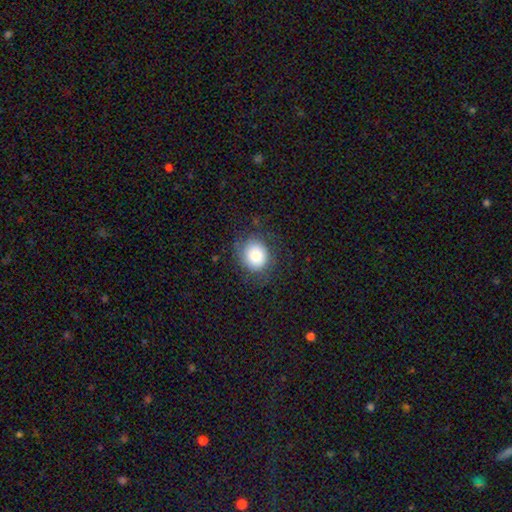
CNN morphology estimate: smooth-or-featured: smooth: 79% | featured or disk: 12% | star or artifact: 9%
  how-rounded: round: 71% | in between: 29% | cigar-shaped: 1%
  merging: none: 74% | minor disturbance: 17% | major disturbance: 8% | merger: 1%